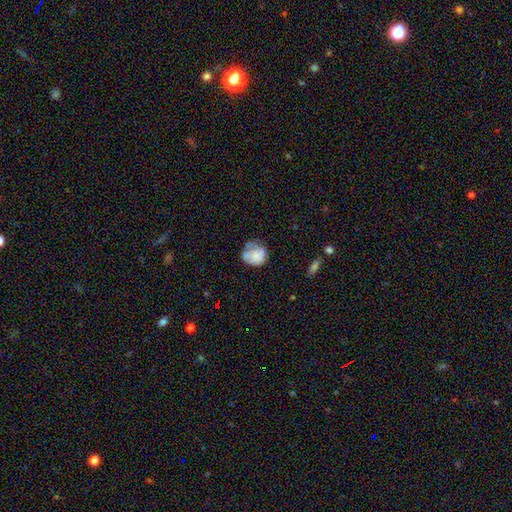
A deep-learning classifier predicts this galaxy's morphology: This appears to be a smooth galaxy with no disk features (65%) that is round (70%). Merging: none (45%).